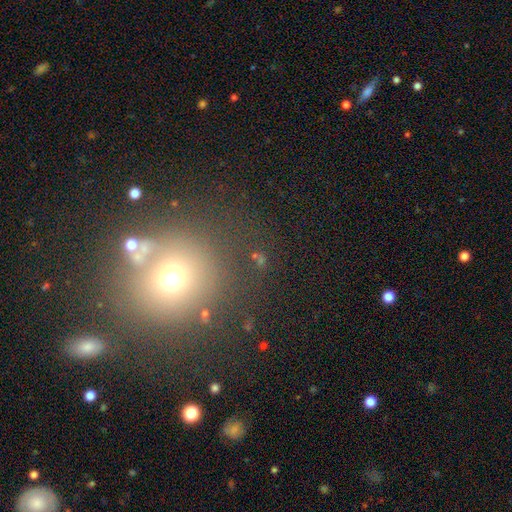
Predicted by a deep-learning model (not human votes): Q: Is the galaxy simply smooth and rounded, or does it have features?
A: smooth — 49%.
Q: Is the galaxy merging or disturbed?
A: none — 75%.